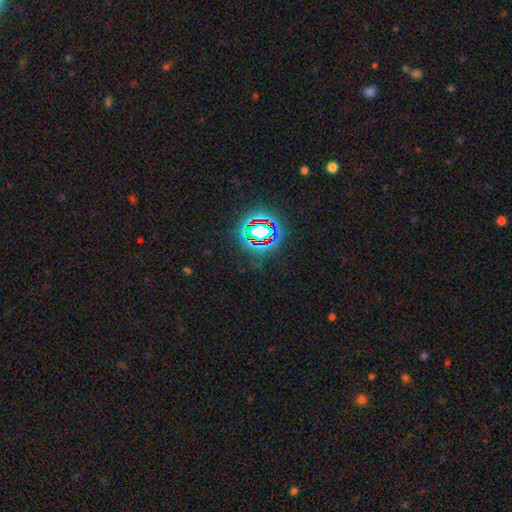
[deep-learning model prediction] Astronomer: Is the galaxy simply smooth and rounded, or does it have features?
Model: star or artifact — 80%.